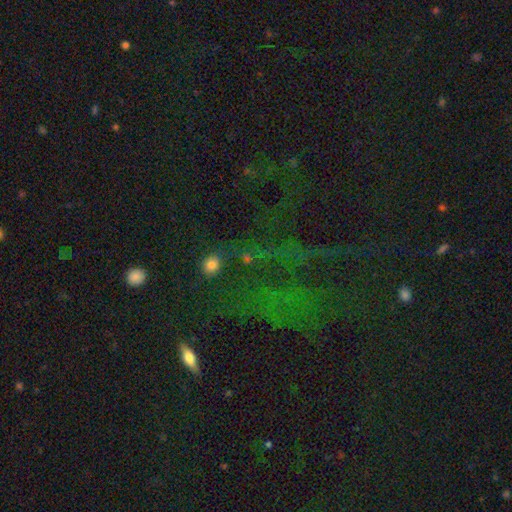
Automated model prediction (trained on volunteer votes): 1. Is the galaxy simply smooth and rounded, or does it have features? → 55% star or artifact, 31% smooth, 14% featured or disk.